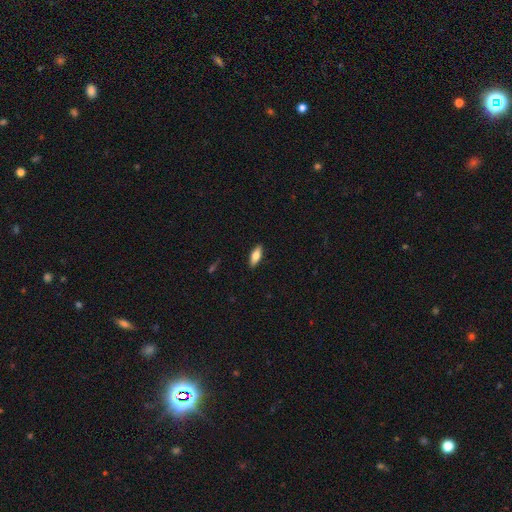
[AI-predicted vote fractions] Q: Smooth or featured?
A: smooth (75%); runner-up: featured or disk (19%)
Q: How rounded?
A: in between (76%); runner-up: cigar-shaped (22%)
Q: Merging?
A: none (88%); runner-up: minor disturbance (9%)